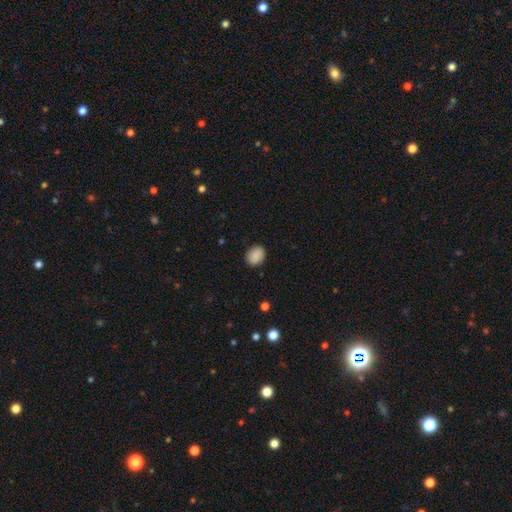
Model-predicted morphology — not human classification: smooth 88%, star or artifact 8%, featured or disk 4%. Down the decision tree: how rounded — round (50%); merging — none (86%).